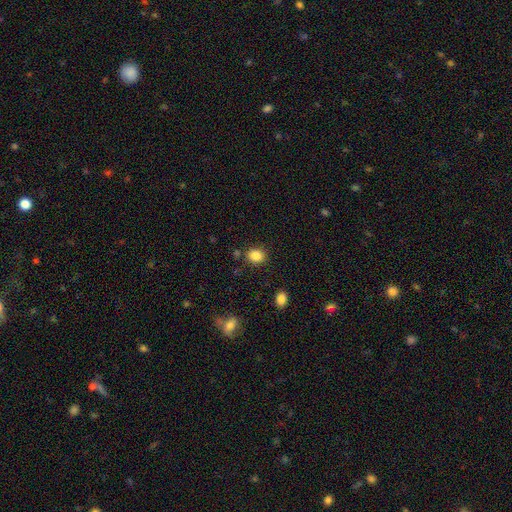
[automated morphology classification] Overall: smooth (85%). How rounded: round (65%; in between 34%). Merging: none (83%).